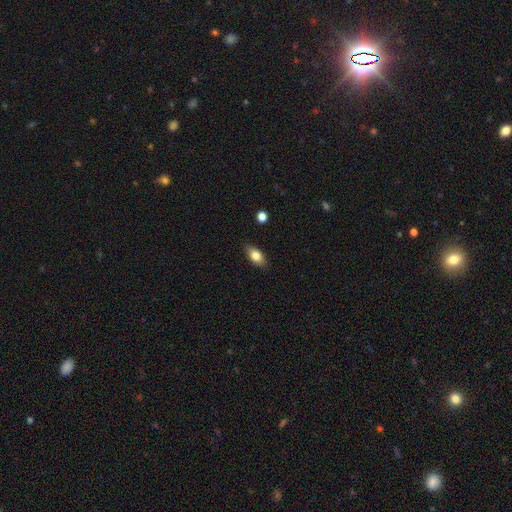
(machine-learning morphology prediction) Smooth or featured: smooth — 79% (featured or disk — 13%)
How rounded: in between — 87% (cigar-shaped — 7%)
Merging: none — 85% (minor disturbance — 11%)